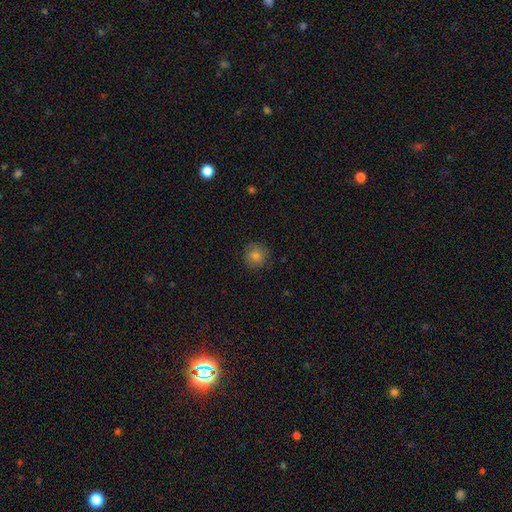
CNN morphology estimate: Overall: smooth (78%). How rounded: round (93%). Merging: none (87%).